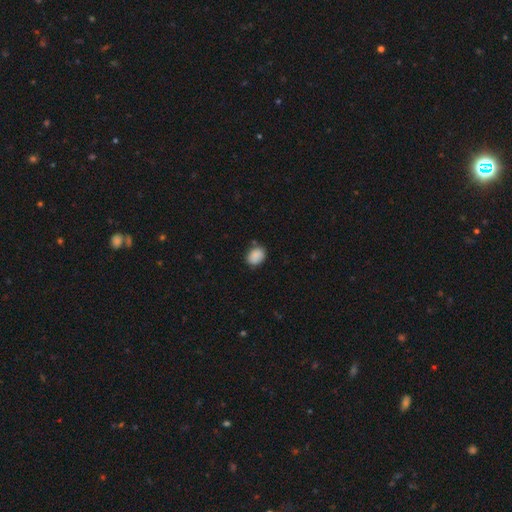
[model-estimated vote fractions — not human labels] This appears to be a smooth galaxy with no disk features (88%) that is in between round and cigar-shaped (61%). Merging: none (75%).